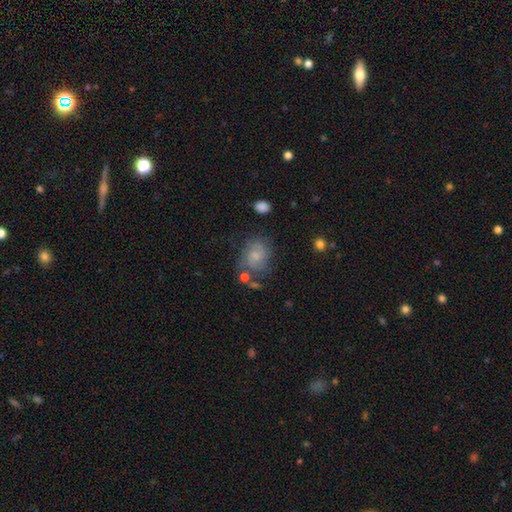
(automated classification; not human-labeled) This is possibly a featured or disk galaxy (51%). It is clearly not viewed edge-on (97%). Merging: possibly none (56%).